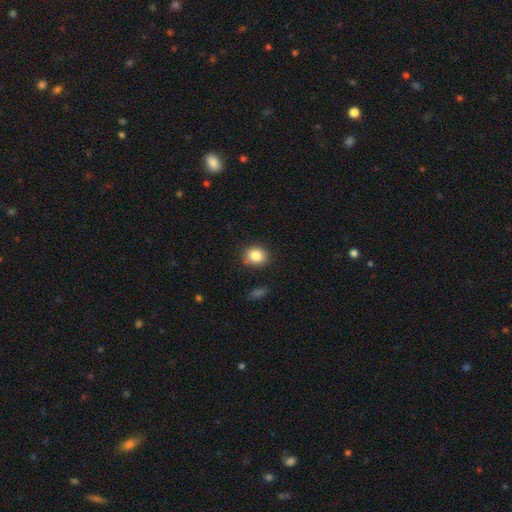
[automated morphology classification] smooth 85%, star or artifact 9%, featured or disk 6%. Down the decision tree: how rounded — round (69%); merging — none (82%).